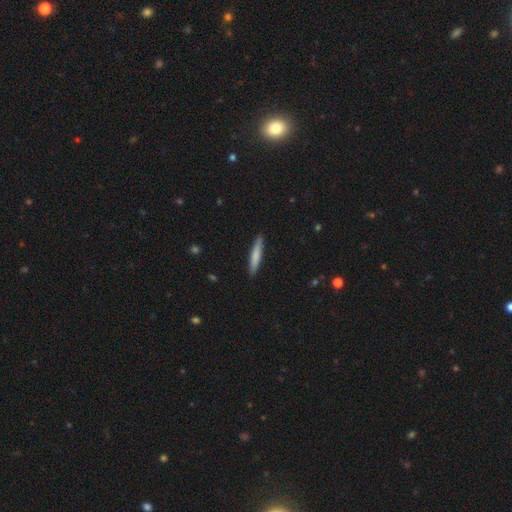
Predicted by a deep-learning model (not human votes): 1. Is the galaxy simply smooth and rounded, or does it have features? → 75% smooth, 19% featured or disk, 5% star or artifact.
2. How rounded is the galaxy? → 92% cigar-shaped, 6% in between, 1% round.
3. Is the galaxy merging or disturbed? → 90% none, 7% minor disturbance, 2% major disturbance, 1% merger.